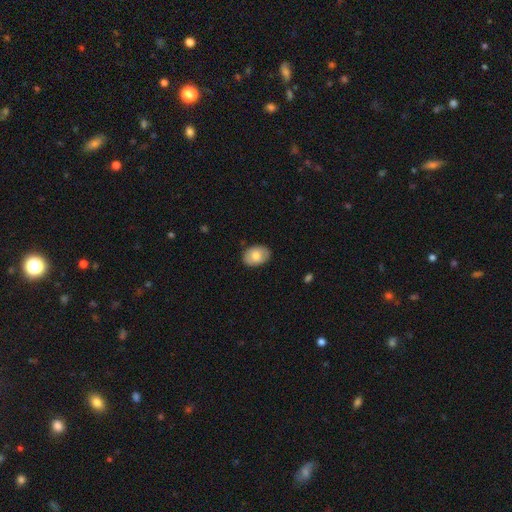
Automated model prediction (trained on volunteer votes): smooth_or_featured: smooth (p=0.77) [alt: featured or disk p=0.16]
how_rounded: in between (p=0.81) [alt: round p=0.18]
merging: none (p=0.85) [alt: minor disturbance p=0.12]